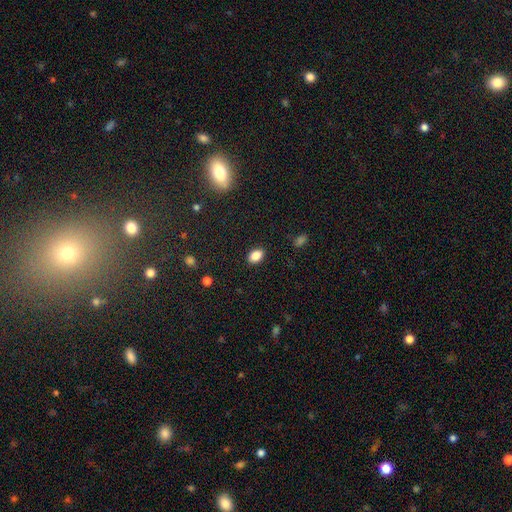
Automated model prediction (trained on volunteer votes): Morphology: type=smooth (86%); roundness=in between (79%); merging=none (88%).